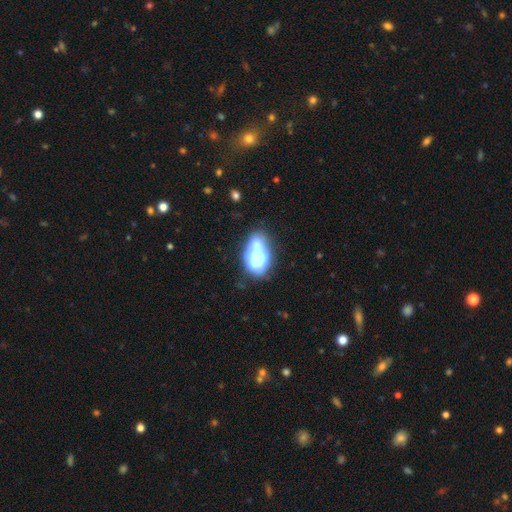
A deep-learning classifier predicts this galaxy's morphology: type=smooth (54%); roundness=in between (87%); merging=none (35%).